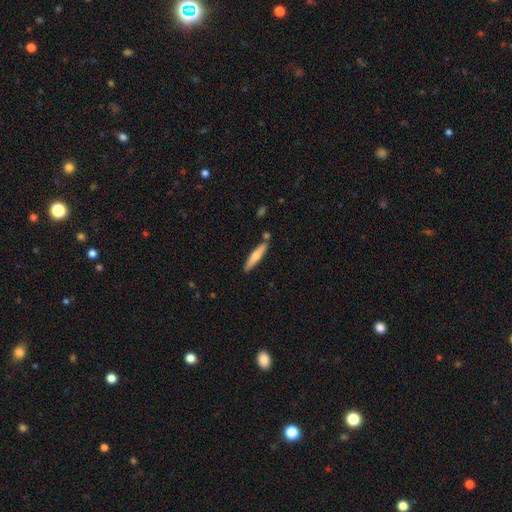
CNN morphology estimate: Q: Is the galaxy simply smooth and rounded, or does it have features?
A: smooth — 55%.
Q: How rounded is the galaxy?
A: cigar-shaped — 87%.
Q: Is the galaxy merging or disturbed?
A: none — 83%.